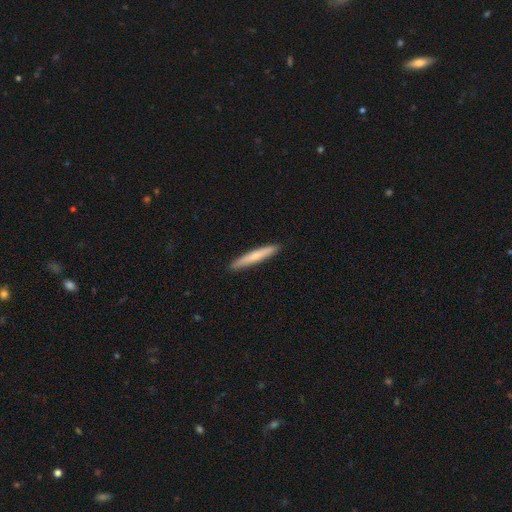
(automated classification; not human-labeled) smooth 63%, featured or disk 32%, star or artifact 5%. Down the decision tree: how rounded — cigar-shaped (95%); merging — none (92%).